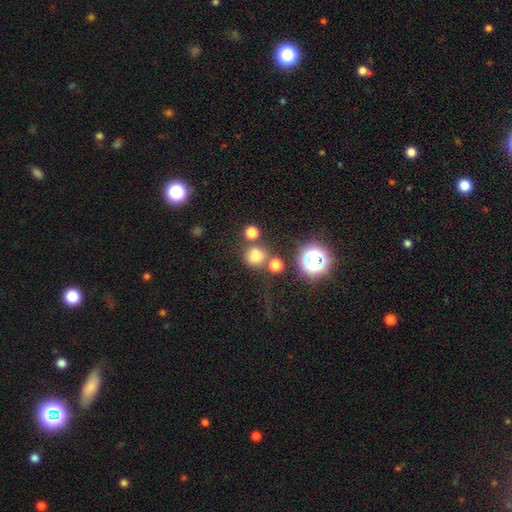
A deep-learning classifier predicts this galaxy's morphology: Q: Smooth or featured?
A: smooth (70%); runner-up: star or artifact (22%)
Q: How rounded?
A: round (75%); runner-up: in between (23%)
Q: Merging?
A: none (58%); runner-up: merger (22%)